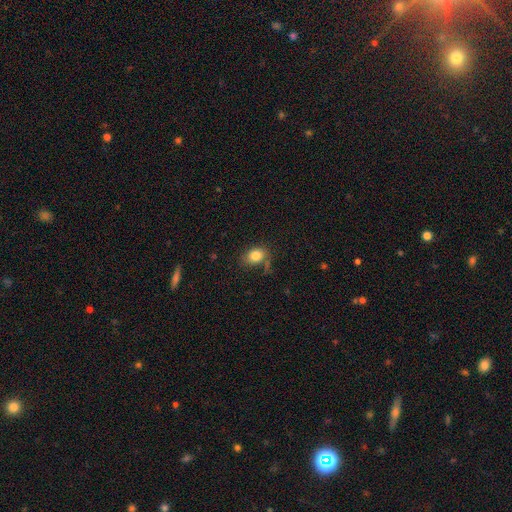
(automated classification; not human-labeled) A smooth galaxy with no disk features (83%) that is in between round and cigar-shaped (70%).

Vote fractions:
- Smooth or featured? smooth: 83% / star or artifact: 9% / featured or disk: 8%
- How rounded? in between: 70% / round: 28% / cigar-shaped: 1%
- Merging? none: 63% / minor disturbance: 21% / major disturbance: 8% / merger: 8%